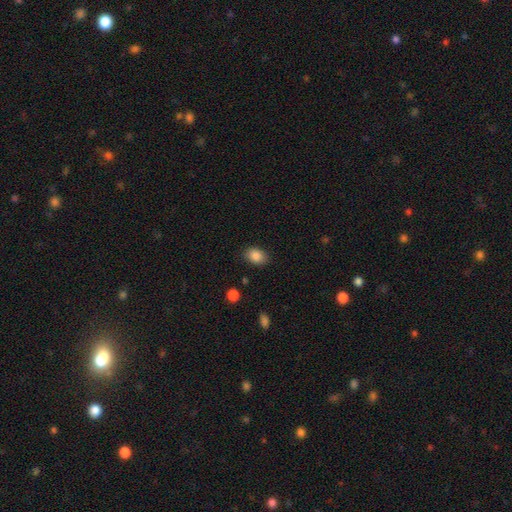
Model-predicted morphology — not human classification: A smooth galaxy with no disk features (87%) that is in between round and cigar-shaped (77%).

Vote fractions:
- Smooth or featured? smooth: 87% / star or artifact: 8% / featured or disk: 5%
- How rounded? in between: 77% / round: 22% / cigar-shaped: 1%
- Merging? none: 85% / minor disturbance: 10% / major disturbance: 3% / merger: 1%